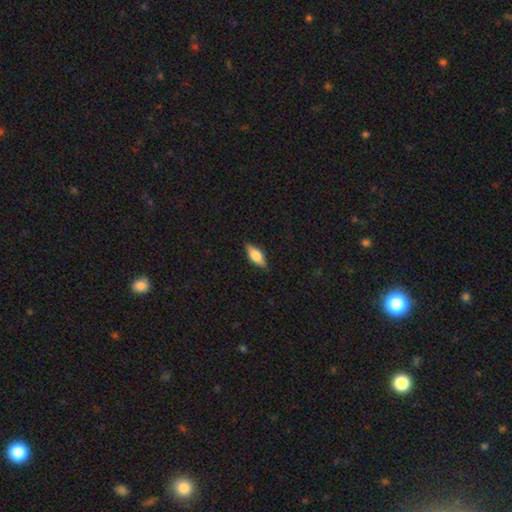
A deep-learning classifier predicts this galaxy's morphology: Overall: smooth (52%; featured or disk 41%). How rounded: in between (71%). Merging: none (86%).